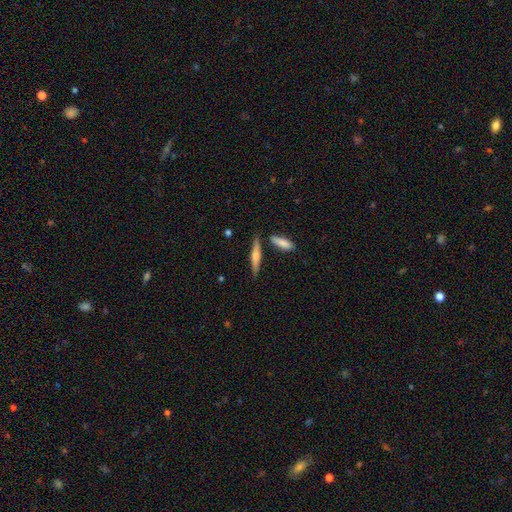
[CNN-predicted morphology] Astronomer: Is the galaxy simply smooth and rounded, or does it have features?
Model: smooth — 50% (runner-up: featured or disk, 44%).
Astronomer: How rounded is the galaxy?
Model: cigar-shaped — 85%.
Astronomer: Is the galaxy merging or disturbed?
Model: none — 80%.